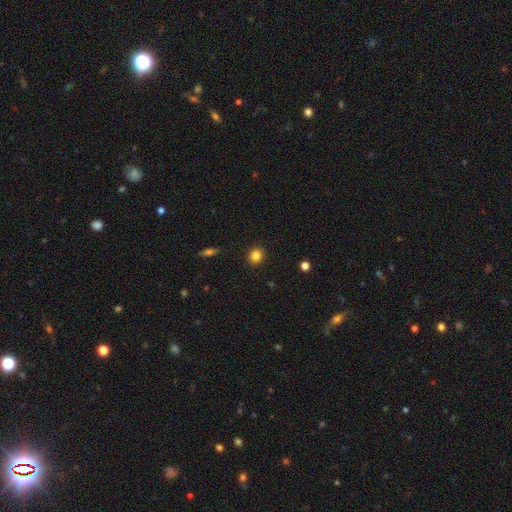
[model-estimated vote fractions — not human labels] smooth-or-featured: smooth: 84% | star or artifact: 11% | featured or disk: 5%
  how-rounded: round: 75% | in between: 24% | cigar-shaped: 1%
  merging: none: 90% | minor disturbance: 6% | major disturbance: 2% | merger: 1%